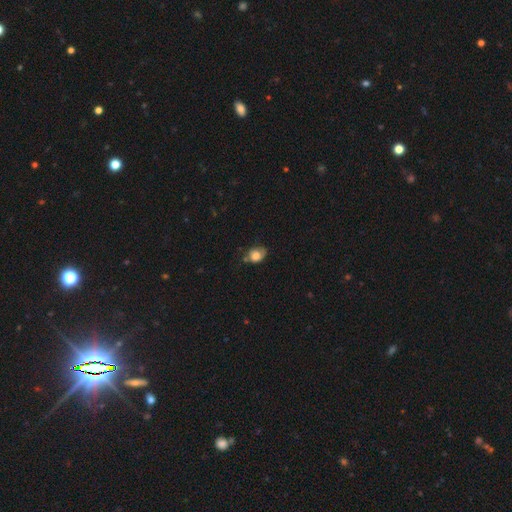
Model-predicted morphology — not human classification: Smooth or featured? smooth (77%)
How rounded? in between (54%)
Merging? none (48%)